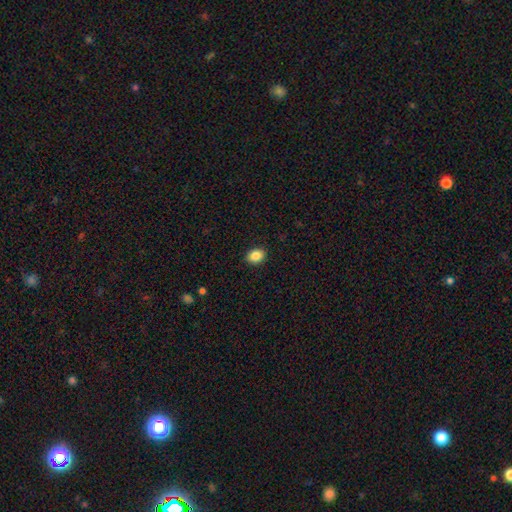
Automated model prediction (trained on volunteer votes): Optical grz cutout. It shows a smooth galaxy with no disk features (87%) that is in between round and cigar-shaped (53%). Merging: none (91%).